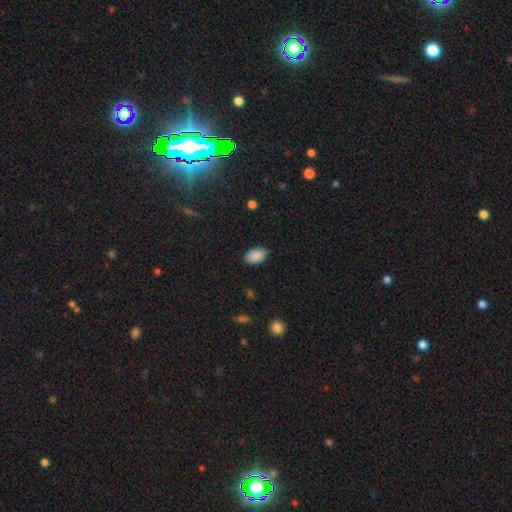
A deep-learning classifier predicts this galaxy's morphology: Smooth or featured?
  - smooth: 89% *
  - star or artifact: 7%
  - featured or disk: 3%
How rounded?
  - in between: 92% *
  - round: 7%
  - cigar-shaped: 1%
Merging?
  - none: 86% *
  - minor disturbance: 11%
  - major disturbance: 2%
  - merger: 1%